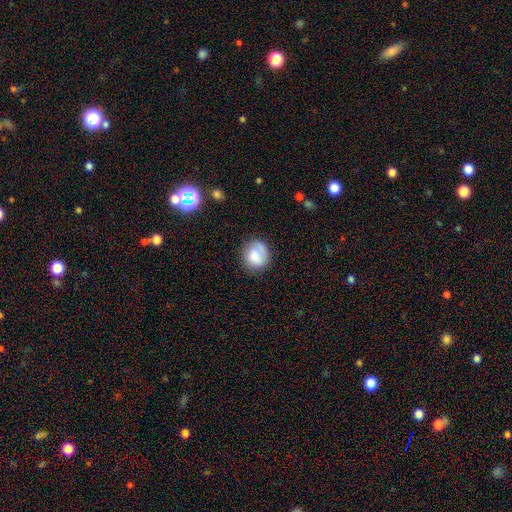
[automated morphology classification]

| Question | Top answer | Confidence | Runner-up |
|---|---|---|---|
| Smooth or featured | smooth | 67% | featured or disk (26%) |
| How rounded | round | 76% | in between (24%) |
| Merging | none | 70% | minor disturbance (19%) |